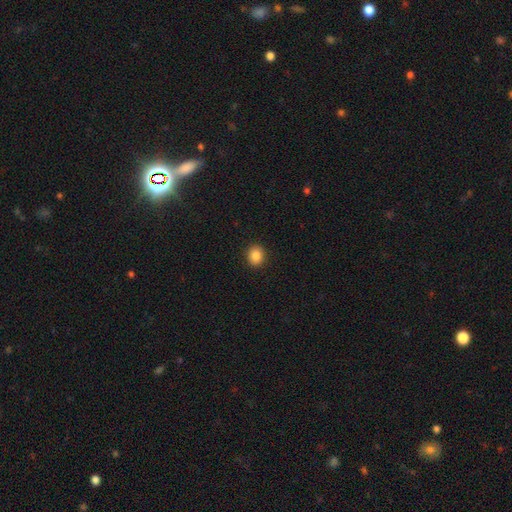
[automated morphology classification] Smooth or featured: smooth — 86% (star or artifact — 10%)
How rounded: round — 69% (in between — 31%)
Merging: none — 91% (minor disturbance — 6%)